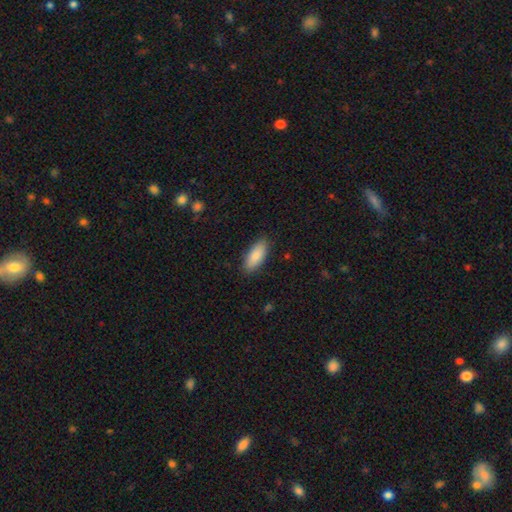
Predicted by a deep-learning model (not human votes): Overall: smooth (87%). How rounded: in between (81%). Merging: none (87%).